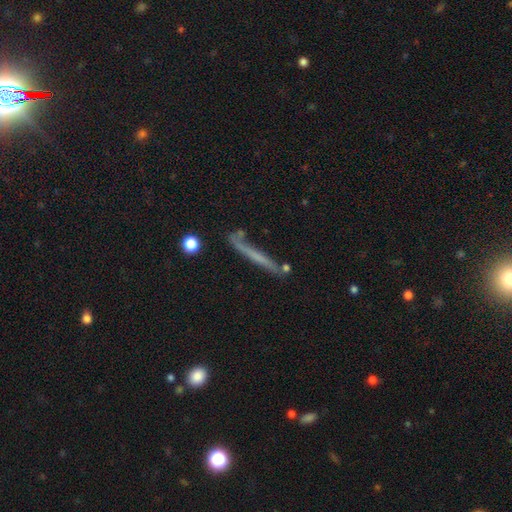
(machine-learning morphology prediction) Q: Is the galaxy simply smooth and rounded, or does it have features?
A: featured or disk — 46%.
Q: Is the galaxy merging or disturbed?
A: none — 66%.